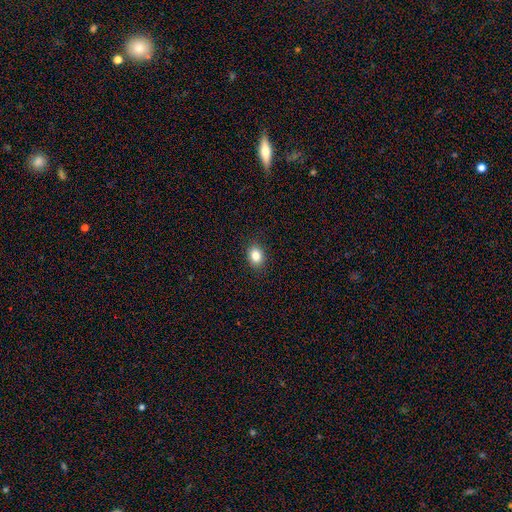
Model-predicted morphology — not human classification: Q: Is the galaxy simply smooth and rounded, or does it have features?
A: smooth — 84%.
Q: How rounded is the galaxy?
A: in between — 58%.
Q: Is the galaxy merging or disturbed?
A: none — 89%.